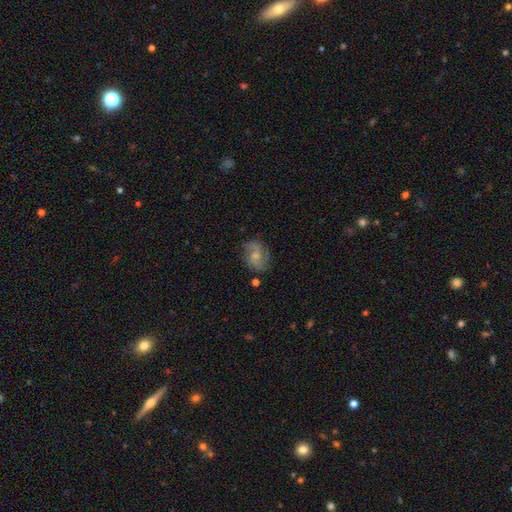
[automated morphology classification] Smooth or featured? featured or disk (66%)
Edge-on disk? no (97%)
Bar? no (62%)
Spiral arms? yes (90%)
Spiral winding? medium (48%)
Spiral arm count? 2 (59%)
Bulge size? small (54%)
Merging? none (71%)